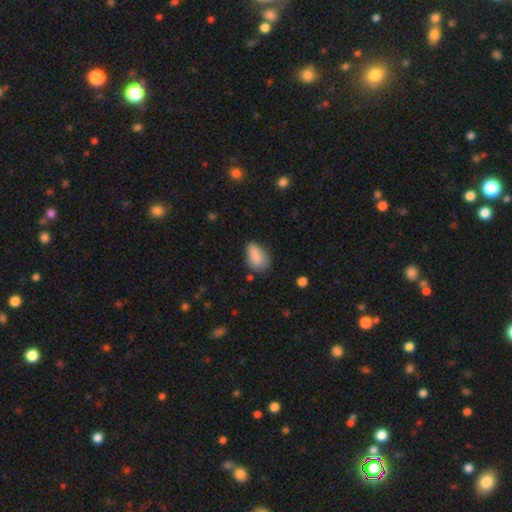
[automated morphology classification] type=smooth (86%); roundness=in between (90%); merging=none (62%).